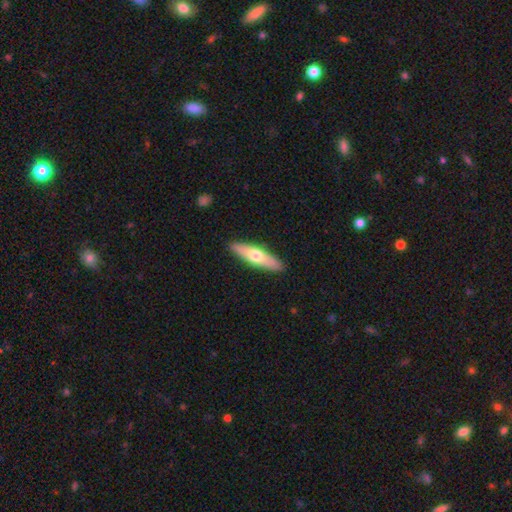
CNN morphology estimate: smooth-or-featured: smooth: 53% | featured or disk: 42% | star or artifact: 5%
  how-rounded: cigar-shaped: 67% | in between: 31% | round: 2%
  merging: none: 90% | minor disturbance: 8% | major disturbance: 2% | merger: 1%